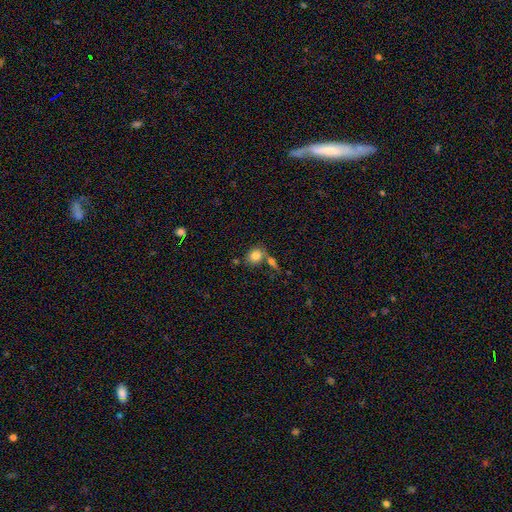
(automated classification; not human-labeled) Morphology: type=smooth (82%); roundness=round (54%); merging=none (56%).